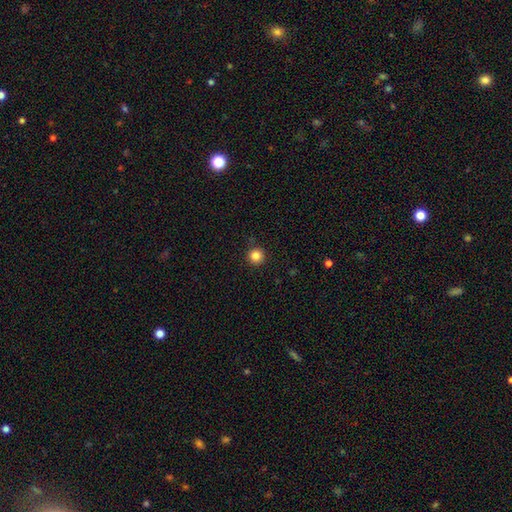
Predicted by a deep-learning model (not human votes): A smooth galaxy with no disk features (85%) that is round (96%).

Vote fractions:
- Smooth or featured? smooth: 85% / star or artifact: 11% / featured or disk: 4%
- How rounded? round: 96% / in between: 3% / cigar-shaped: 1%
- Merging? none: 90% / minor disturbance: 7% / major disturbance: 2% / merger: 1%